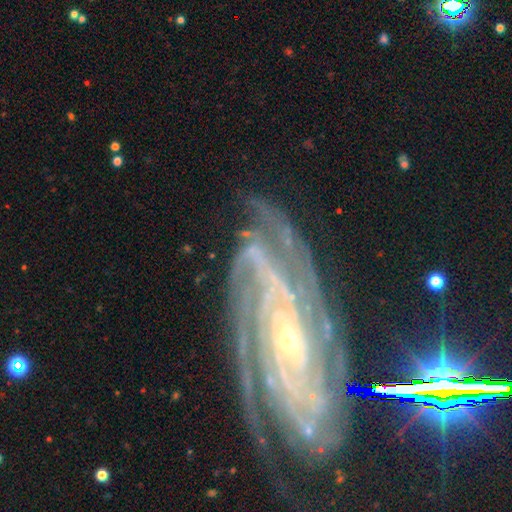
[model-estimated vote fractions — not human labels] Morphology: type=featured or disk (72%); edge-on=no (95%); bar=no (44%); spiral arms=yes (88%); winding=tight (47%); arm count=2 (31%); bulge=small (61%); merging=none (53%).